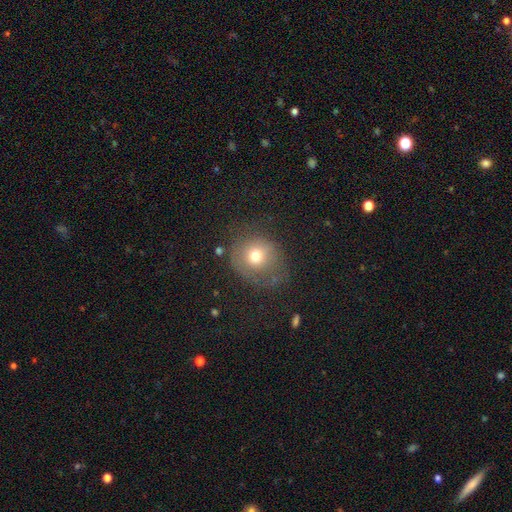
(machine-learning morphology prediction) Smooth or featured: smooth — 67% (featured or disk — 21%)
How rounded: round — 80% (in between — 19%)
Merging: none — 52% (minor disturbance — 24%)